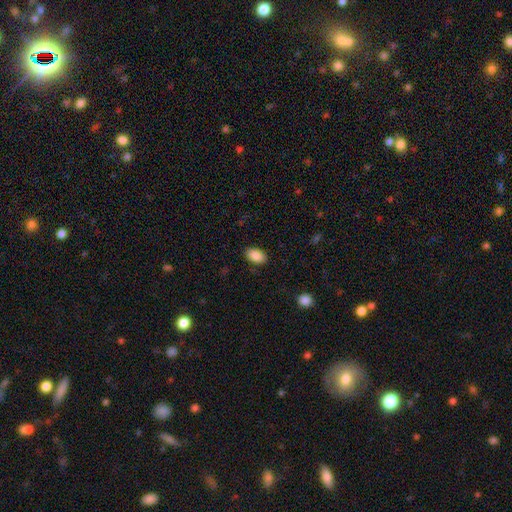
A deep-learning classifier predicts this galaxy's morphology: smooth-or-featured: smooth: 88% | star or artifact: 7% | featured or disk: 5%
  how-rounded: in between: 92% | round: 7% | cigar-shaped: 1%
  merging: none: 87% | minor disturbance: 9% | major disturbance: 2% | merger: 1%